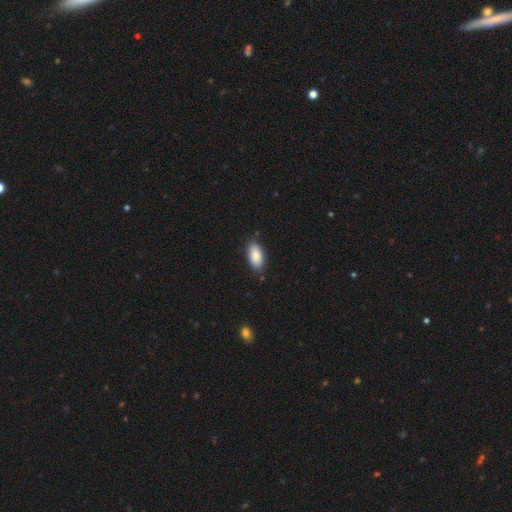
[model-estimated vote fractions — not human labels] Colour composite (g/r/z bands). It shows a smooth galaxy with no disk features (86%) that is in between round and cigar-shaped (92%). Merging: none (84%).